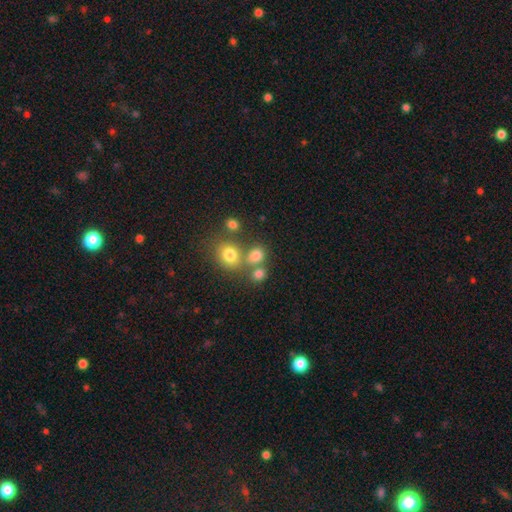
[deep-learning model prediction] Smooth or featured? Predicted: smooth (p=0.76). How rounded? Predicted: round (p=0.65). Merging? Predicted: none (p=0.55).